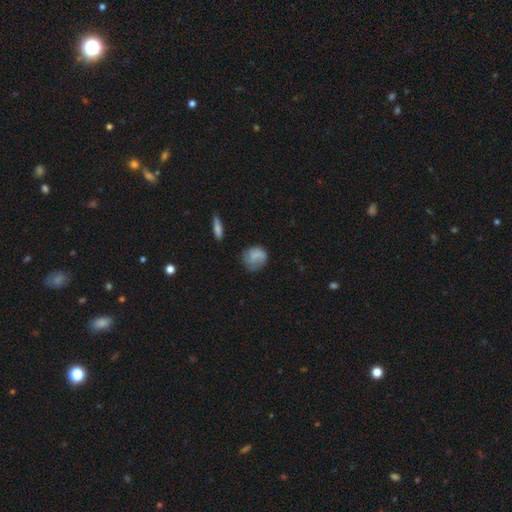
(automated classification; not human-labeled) smooth-or-featured: smooth: 69% | featured or disk: 22% | star or artifact: 8%
  how-rounded: round: 75% | in between: 23% | cigar-shaped: 2%
  merging: none: 59% | minor disturbance: 27% | major disturbance: 12% | merger: 2%